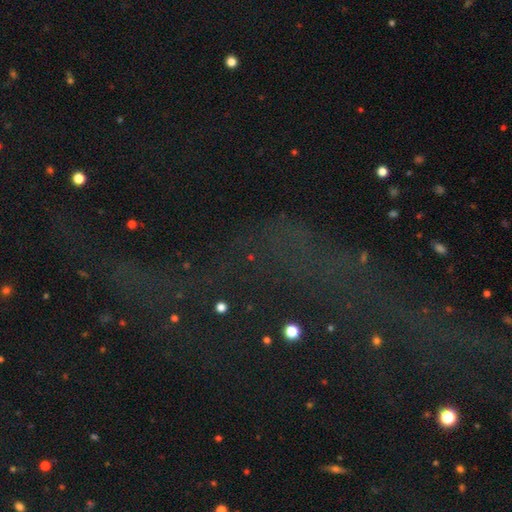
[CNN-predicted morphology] Smooth or featured?
  - star or artifact: 68% *
  - featured or disk: 18%
  - smooth: 15%